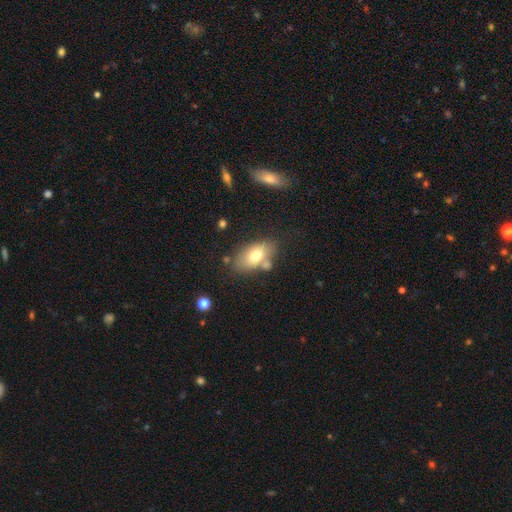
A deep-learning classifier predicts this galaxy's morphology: Smooth or featured? smooth (71%)
How rounded? in between (90%)
Merging? none (64%)